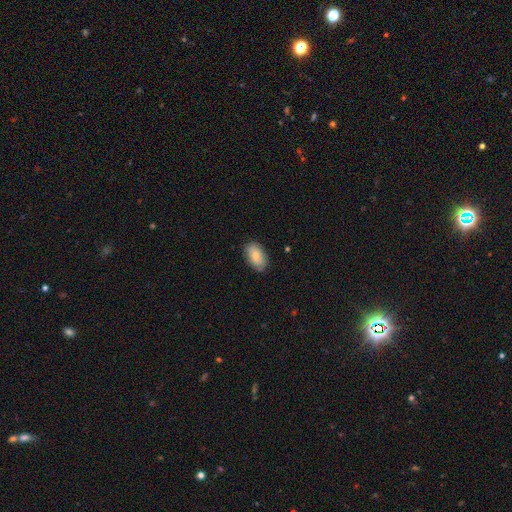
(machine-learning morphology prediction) Smooth or featured? Predicted: smooth (p=0.78). How rounded? Predicted: in between (p=0.92). Merging? Predicted: none (p=0.85).